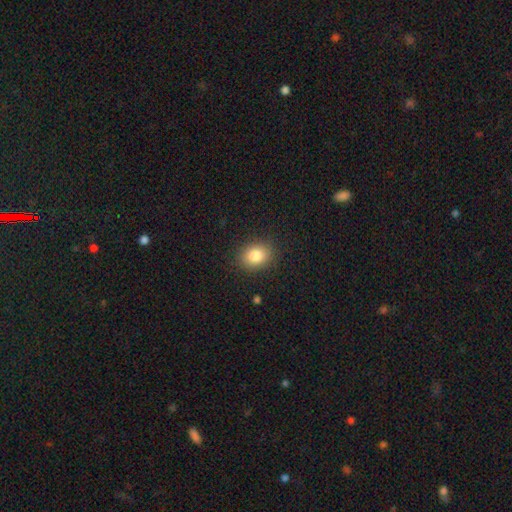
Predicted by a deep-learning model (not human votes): Smooth or featured: smooth — 83% (star or artifact — 10%)
How rounded: in between — 58% (round — 41%)
Merging: none — 87% (minor disturbance — 9%)